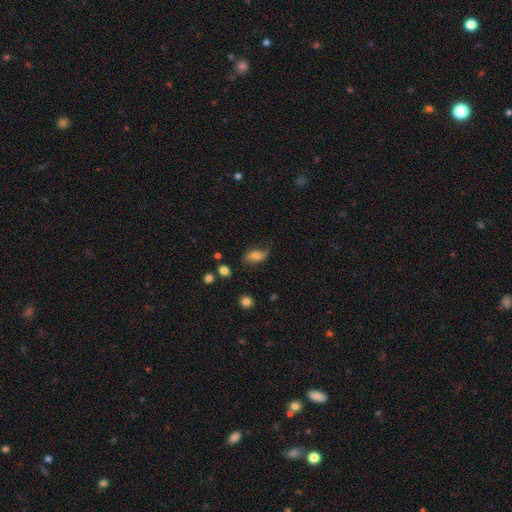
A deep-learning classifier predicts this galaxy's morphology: The model was most divided on "smooth or featured": smooth: 56%, featured or disk: 34%, star or artifact: 10%. More confident: how rounded — in between (85%); merging — none (55%).